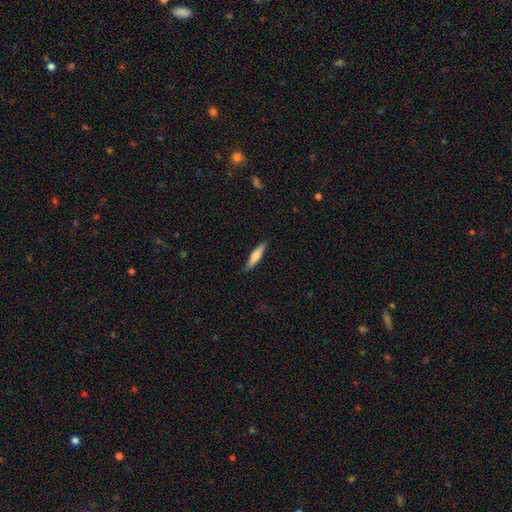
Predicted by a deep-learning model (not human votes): smooth 63%, featured or disk 31%, star or artifact 6%. Down the decision tree: how rounded — cigar-shaped (78%); merging — none (88%).